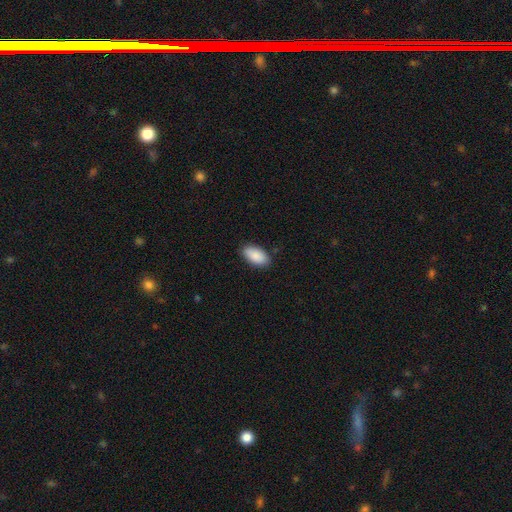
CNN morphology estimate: Smooth or featured? smooth (89%)
How rounded? in between (95%)
Merging? none (86%)